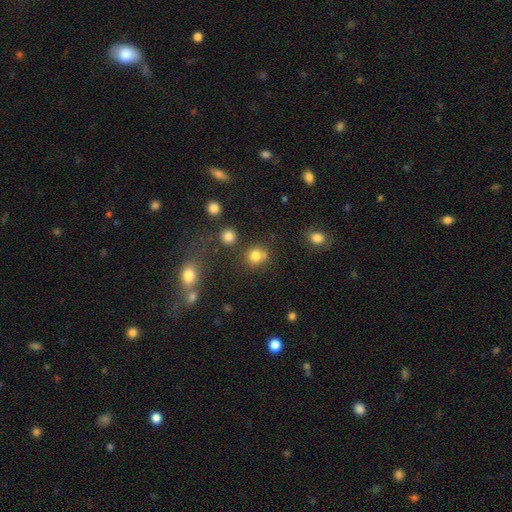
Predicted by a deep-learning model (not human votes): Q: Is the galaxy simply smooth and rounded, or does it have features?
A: smooth — 78%.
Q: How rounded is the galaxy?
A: round — 84%.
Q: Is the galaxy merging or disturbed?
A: none — 66%.